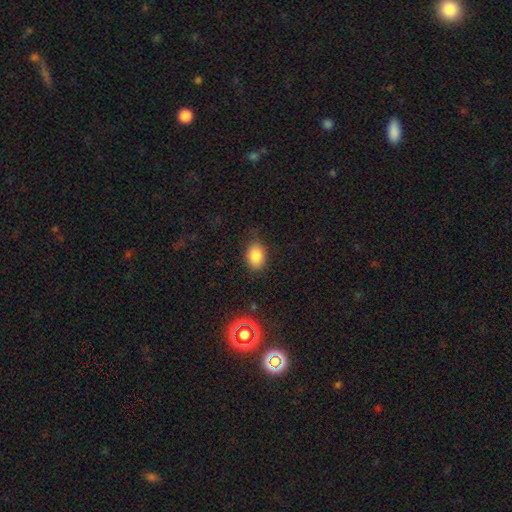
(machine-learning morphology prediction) Smooth or featured: smooth — 84% (star or artifact — 11%)
How rounded: in between — 78% (round — 21%)
Merging: none — 75% (minor disturbance — 18%)